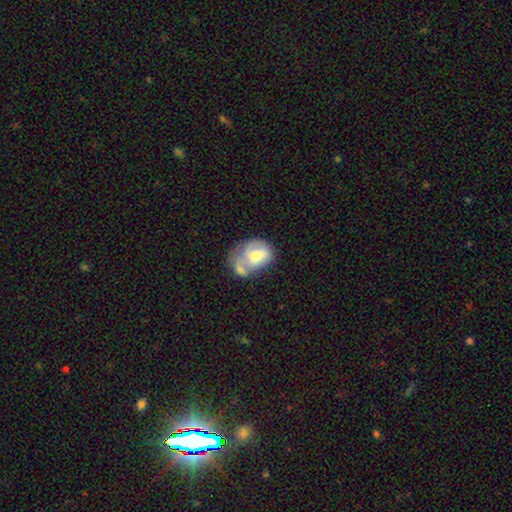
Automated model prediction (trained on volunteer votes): Overall: smooth (52%; featured or disk 41%). How rounded: in between (63%; round 36%). Merging: merger (42%; none 21%).